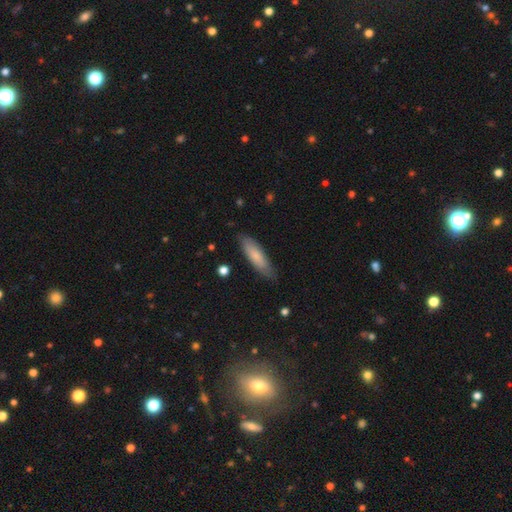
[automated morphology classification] smooth 76%, featured or disk 18%, star or artifact 5%. Down the decision tree: how rounded — cigar-shaped (60%); merging — none (81%).